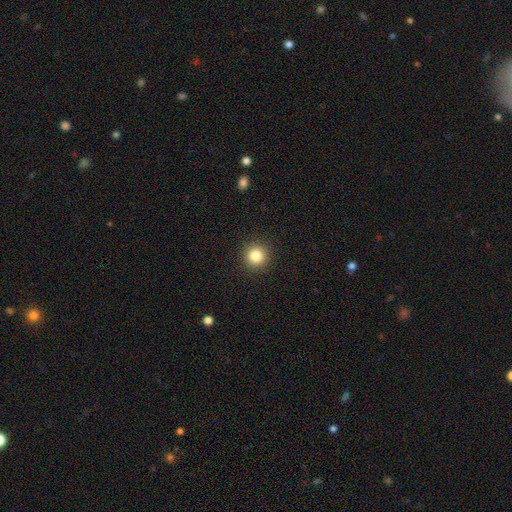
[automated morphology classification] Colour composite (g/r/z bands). It shows a smooth galaxy with no disk features (83%) that is round (95%). Merging: none (92%).